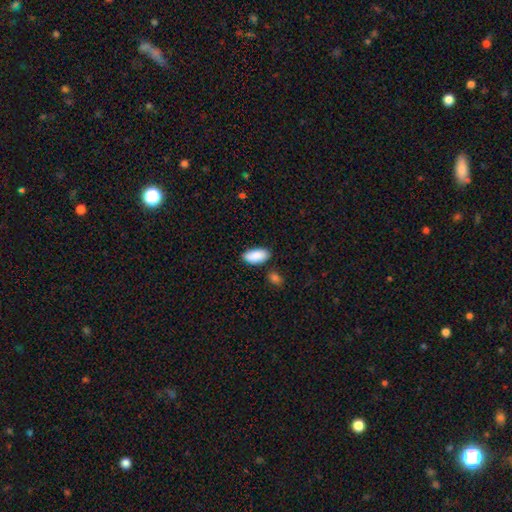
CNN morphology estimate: Overall: smooth (90%). How rounded: in between (94%). Merging: none (82%).